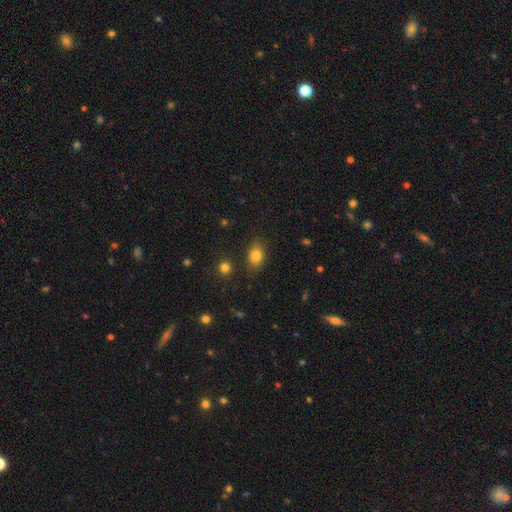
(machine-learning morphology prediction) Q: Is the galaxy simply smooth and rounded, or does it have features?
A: smooth — 82%.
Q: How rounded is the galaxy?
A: in between — 77%.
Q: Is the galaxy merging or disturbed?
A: none — 81%.